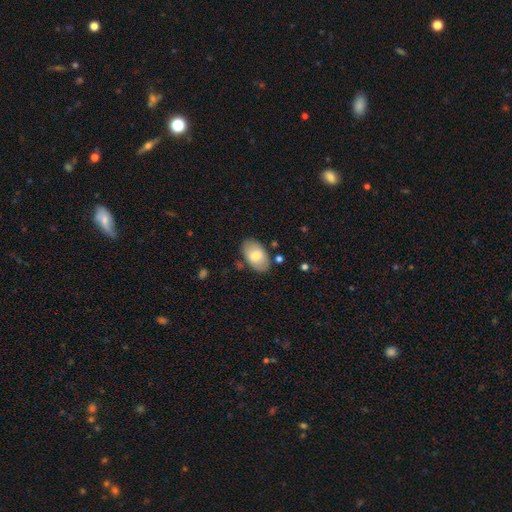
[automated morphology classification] Smooth or featured? smooth (71%)
How rounded? in between (93%)
Merging? none (81%)